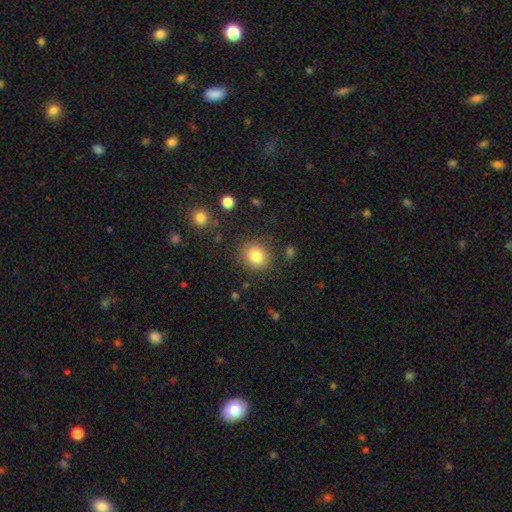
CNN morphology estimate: The model was most divided on "smooth or featured": smooth: 82%, star or artifact: 11%, featured or disk: 7%. More confident: how rounded — round (85%); merging — none (85%).